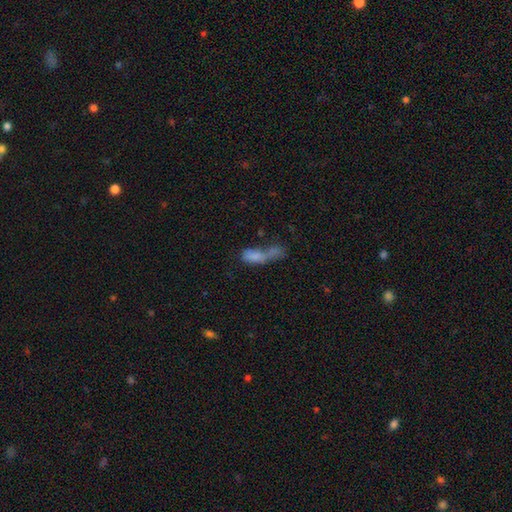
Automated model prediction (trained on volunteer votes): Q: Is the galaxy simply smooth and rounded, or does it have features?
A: smooth — 68%.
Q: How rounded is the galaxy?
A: in between — 65%.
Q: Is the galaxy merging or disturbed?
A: merger — 53%.